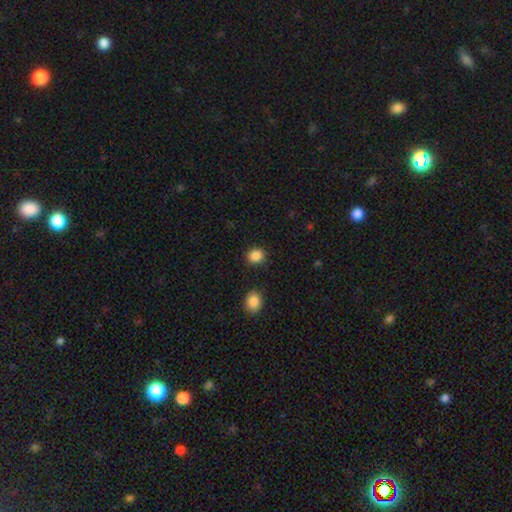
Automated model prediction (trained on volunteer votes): Smooth or featured?
  - smooth: 87% *
  - star or artifact: 10%
  - featured or disk: 3%
How rounded?
  - round: 75% *
  - in between: 24%
  - cigar-shaped: 1%
Merging?
  - none: 86% *
  - minor disturbance: 8%
  - merger: 3%
  - major disturbance: 2%